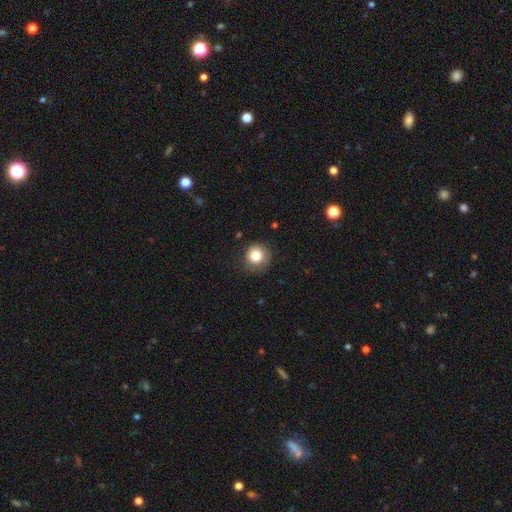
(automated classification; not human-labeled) smooth_or_featured: smooth (p=0.81) [alt: star or artifact p=0.11]
how_rounded: round (p=0.92) [alt: in between p=0.07]
merging: none (p=0.80) [alt: minor disturbance p=0.14]